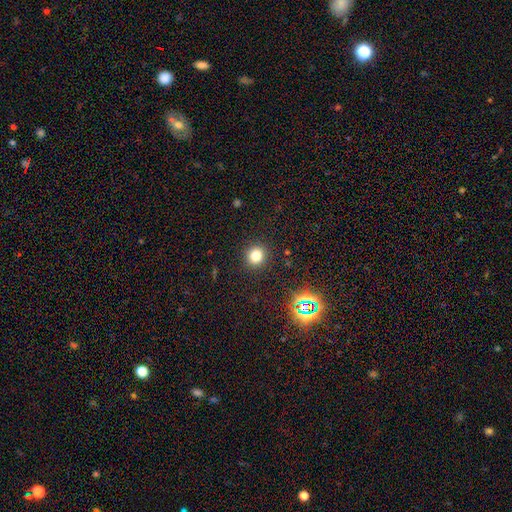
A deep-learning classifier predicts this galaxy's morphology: Overall: smooth (77%). How rounded: round (88%). Merging: none (91%).